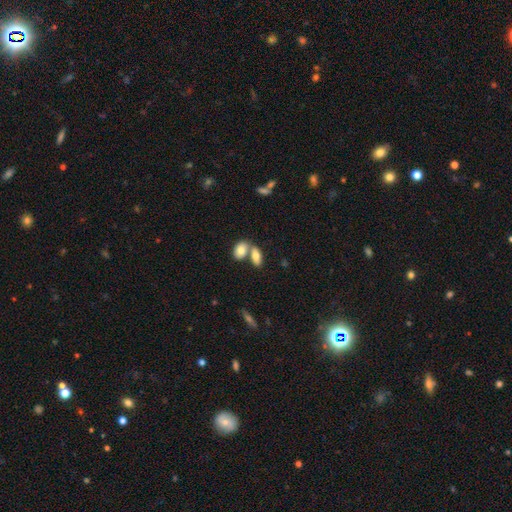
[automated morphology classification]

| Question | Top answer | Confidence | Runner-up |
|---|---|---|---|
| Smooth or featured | smooth | 77% | featured or disk (16%) |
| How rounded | in between | 85% | cigar-shaped (8%) |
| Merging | merger | 46% | none (42%) |